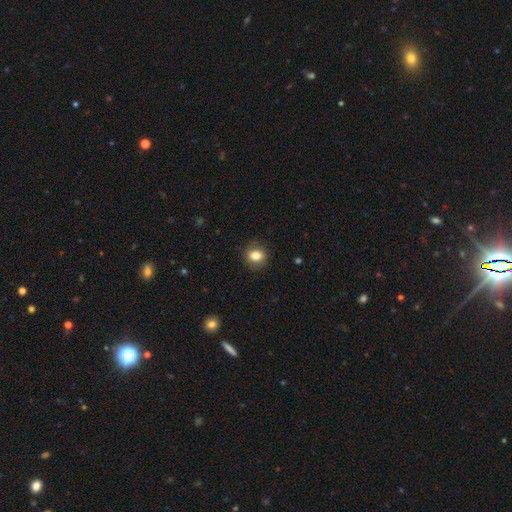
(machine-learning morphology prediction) type=smooth (82%); roundness=round (65%); merging=none (87%).